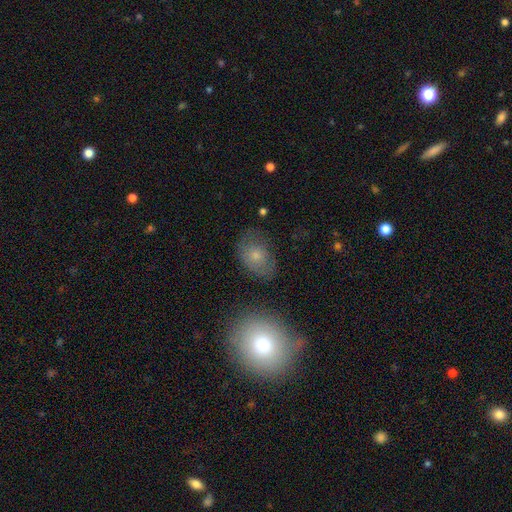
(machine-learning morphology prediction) A smooth galaxy with no disk features (67%) that is in between round and cigar-shaped (77%).

Vote fractions:
- Smooth or featured? smooth: 67% / featured or disk: 21% / star or artifact: 12%
- How rounded? in between: 77% / round: 22% / cigar-shaped: 1%
- Merging? none: 66% / minor disturbance: 22% / major disturbance: 9% / merger: 3%